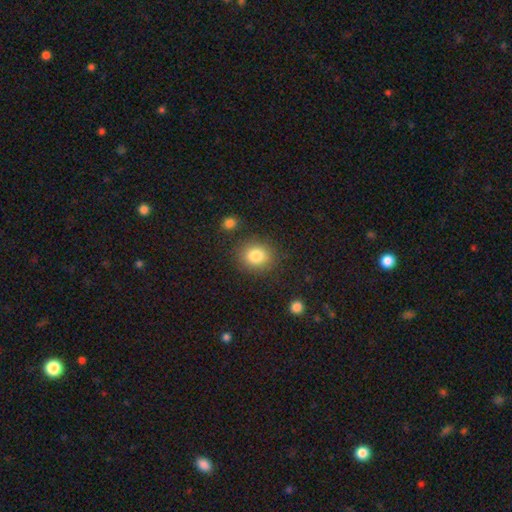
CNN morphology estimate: A smooth galaxy with no disk features (83%) that is round (72%). Merging: none (83%).